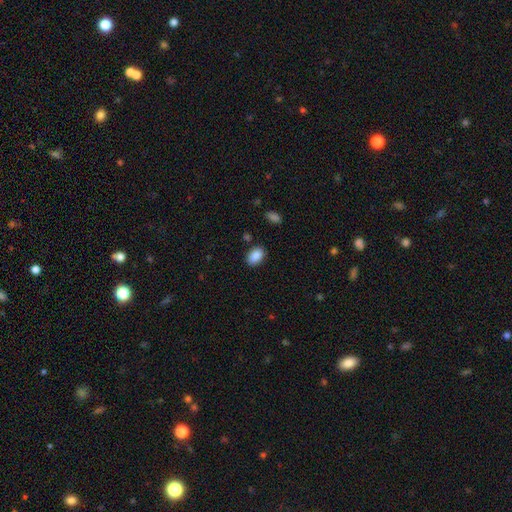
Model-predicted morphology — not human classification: The model was most divided on "how rounded": in between: 87%, round: 12%, cigar-shaped: 1%. More confident: smooth or featured — smooth (89%); merging — none (86%).